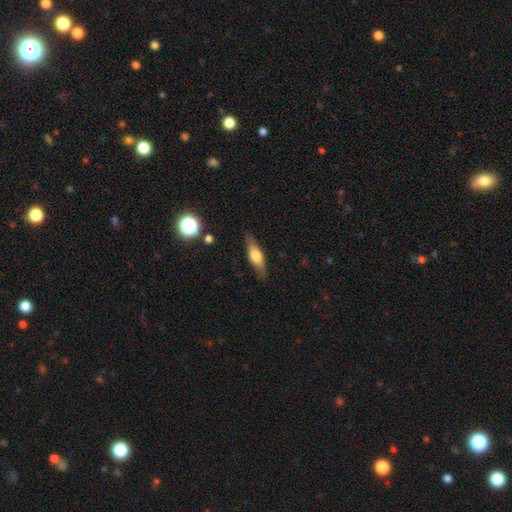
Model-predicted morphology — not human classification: A smooth galaxy with no disk features (52%) that is cigar-shaped (58%).

Vote fractions:
- Smooth or featured? smooth: 52% / featured or disk: 41% / star or artifact: 8%
- How rounded? cigar-shaped: 58% / in between: 38% / round: 3%
- Merging? none: 84% / minor disturbance: 12% / major disturbance: 3% / merger: 2%